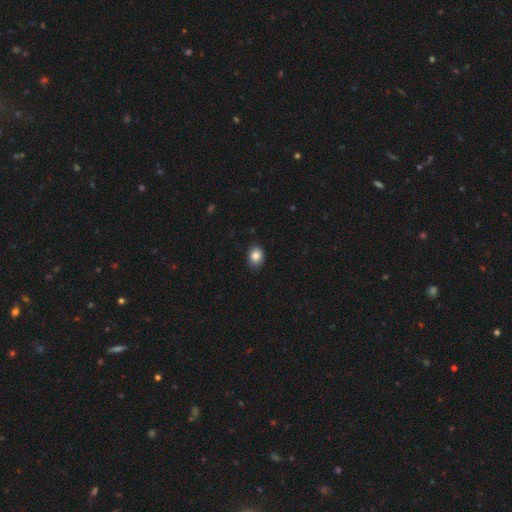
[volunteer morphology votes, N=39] A smooth galaxy with no disk features (92%) that is in between round and cigar-shaped (64%).

Vote fractions:
- Smooth or featured? smooth: 92% / featured or disk: 5% / star or artifact: 3%
- How rounded? in between: 64% / round: 36% / cigar-shaped: 0%
- Merging? none: 82% / minor disturbance: 13% / major disturbance: 5% / merger: 0%